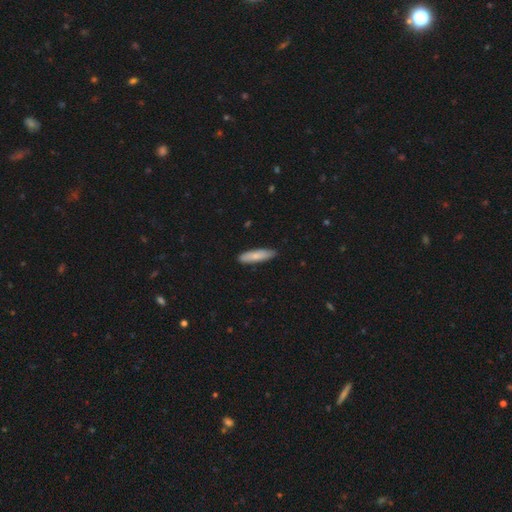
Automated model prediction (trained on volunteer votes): Overall: smooth (78%). How rounded: cigar-shaped (72%). Merging: none (86%).